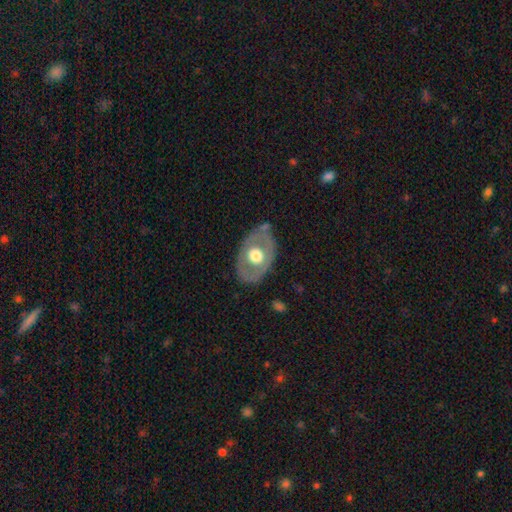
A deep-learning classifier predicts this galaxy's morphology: Overall: featured or disk (53%; smooth 42%). Edge-on disk: no (88%). Merging: none (73%).